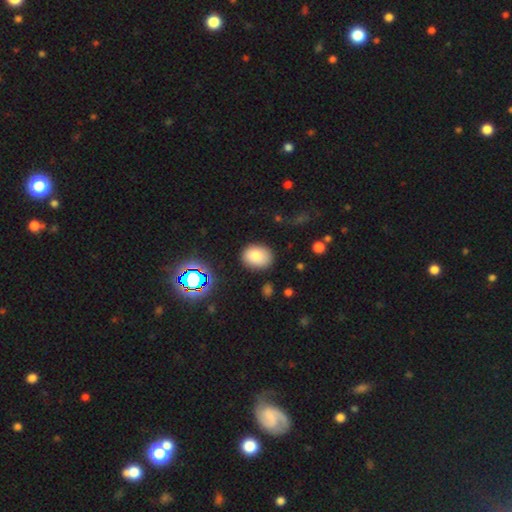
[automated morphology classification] smooth_or_featured: smooth (p=0.77) [alt: star or artifact p=0.12]
how_rounded: in between (p=0.56) [alt: round p=0.43]
merging: none (p=0.83) [alt: minor disturbance p=0.12]